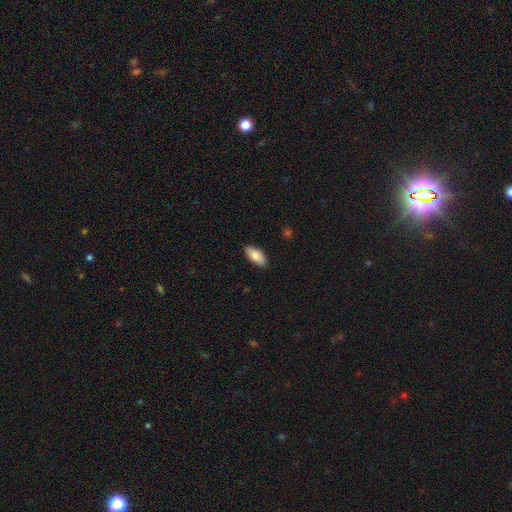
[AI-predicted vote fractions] This is clearly a smooth galaxy (86%). How rounded: clearly in between (89%). Merging: clearly none (89%).